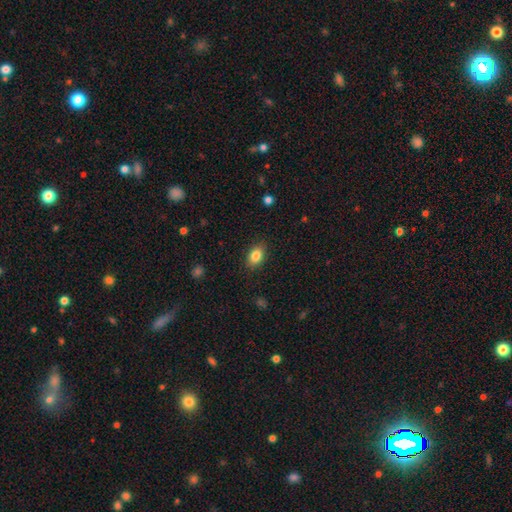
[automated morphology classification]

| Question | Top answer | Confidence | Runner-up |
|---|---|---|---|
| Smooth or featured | smooth | 85% | star or artifact (8%) |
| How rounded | in between | 84% | round (14%) |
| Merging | none | 87% | minor disturbance (10%) |